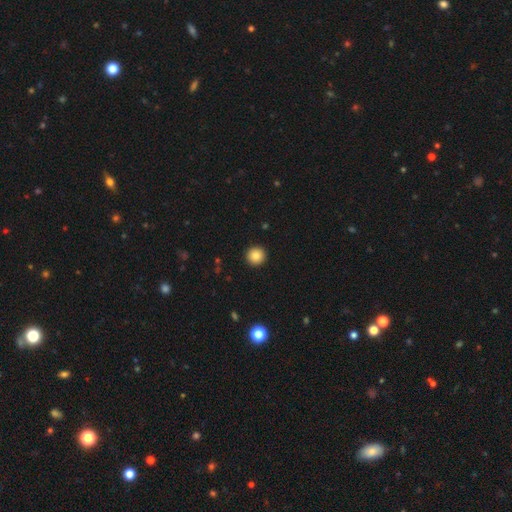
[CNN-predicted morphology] type=smooth (86%); roundness=round (95%); merging=none (93%).